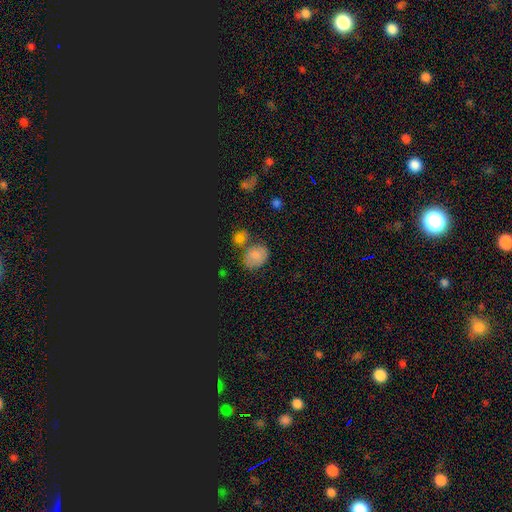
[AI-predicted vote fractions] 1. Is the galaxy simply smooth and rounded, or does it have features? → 71% smooth, 15% star or artifact, 13% featured or disk.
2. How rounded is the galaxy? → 56% in between, 43% round, 1% cigar-shaped.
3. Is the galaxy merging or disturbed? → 52% none, 23% merger, 17% minor disturbance, 7% major disturbance.